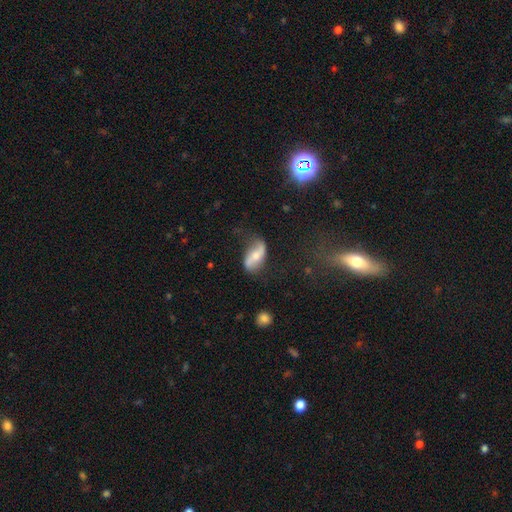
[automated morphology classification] Smooth or featured?
  - featured or disk: 67% *
  - smooth: 26%
  - star or artifact: 7%
Edge-on disk?
  - no: 92% *
  - yes: 8%
Bar?
  - no: 40% *
  - weak: 32%
  - strong: 28%
Spiral arms?
  - yes: 87% *
  - no: 13%
Spiral winding?
  - loose: 84% *
  - medium: 12%
  - tight: 5%
Spiral arm count?
  - 2: 91% *
  - can't tell: 4%
  - 1: 3%
  - 3: 1%
  - 4: 1%
  - more than 4: 1%
Bulge size?
  - moderate: 51% *
  - small: 38%
  - none: 5%
  - large: 5%
  - dominant: 2%
Merging?
  - none: 61% *
  - minor disturbance: 24%
  - major disturbance: 12%
  - merger: 3%